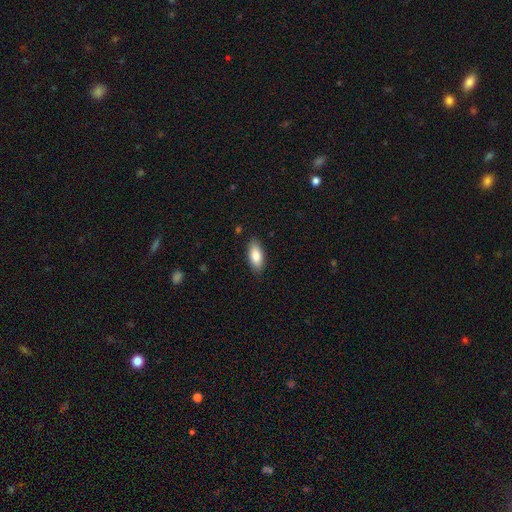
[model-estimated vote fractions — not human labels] Smooth or featured: smooth — 84% (featured or disk — 10%)
How rounded: in between — 85% (cigar-shaped — 13%)
Merging: none — 86% (minor disturbance — 10%)